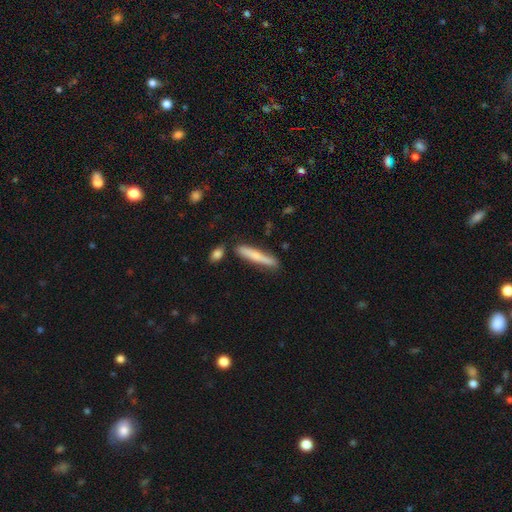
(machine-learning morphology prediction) Q: Smooth or featured?
A: smooth (67%); runner-up: featured or disk (28%)
Q: How rounded?
A: cigar-shaped (92%); runner-up: in between (6%)
Q: Merging?
A: none (78%); runner-up: minor disturbance (14%)